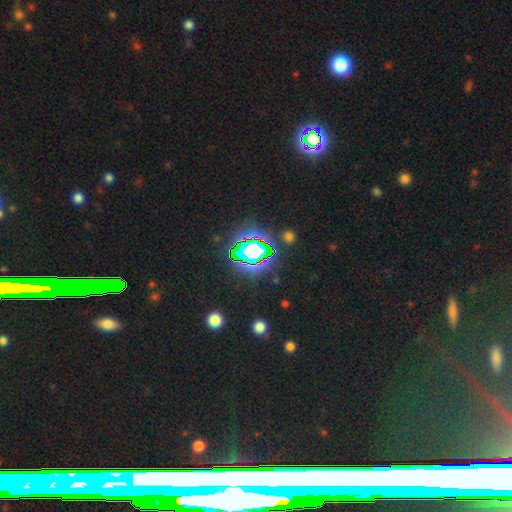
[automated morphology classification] Smooth or featured? Predicted: star or artifact (p=0.82).